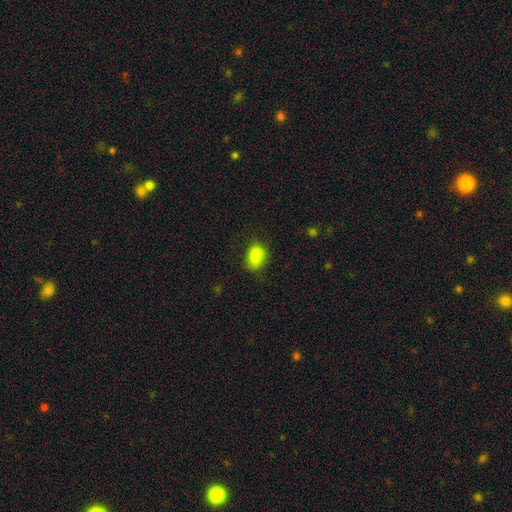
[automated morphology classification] This is clearly a smooth galaxy (87%). How rounded: clearly in between (81%). Merging: likely none (75%).